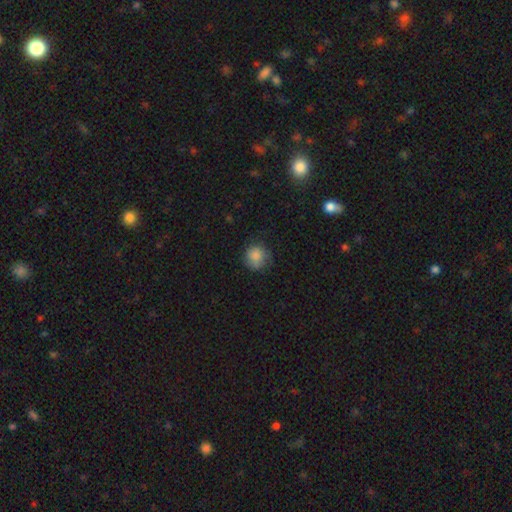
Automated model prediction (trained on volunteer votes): Smooth or featured?
  - smooth: 84% *
  - star or artifact: 9%
  - featured or disk: 8%
How rounded?
  - round: 87% *
  - in between: 12%
  - cigar-shaped: 1%
Merging?
  - none: 70% *
  - minor disturbance: 22%
  - major disturbance: 7%
  - merger: 1%